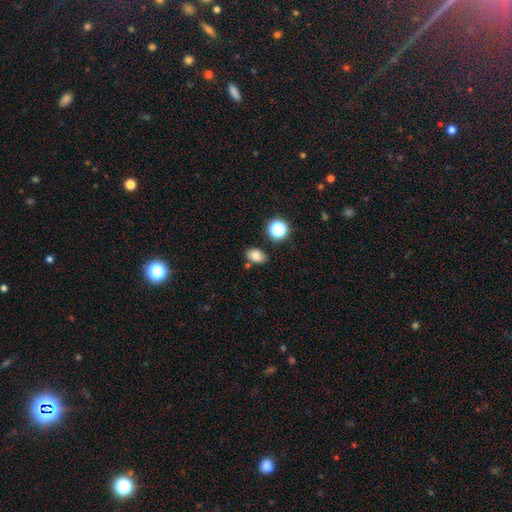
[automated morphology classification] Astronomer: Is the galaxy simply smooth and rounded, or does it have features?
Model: smooth — 80%.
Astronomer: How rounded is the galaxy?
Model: in between — 78%.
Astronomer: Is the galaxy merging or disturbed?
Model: none — 78%.